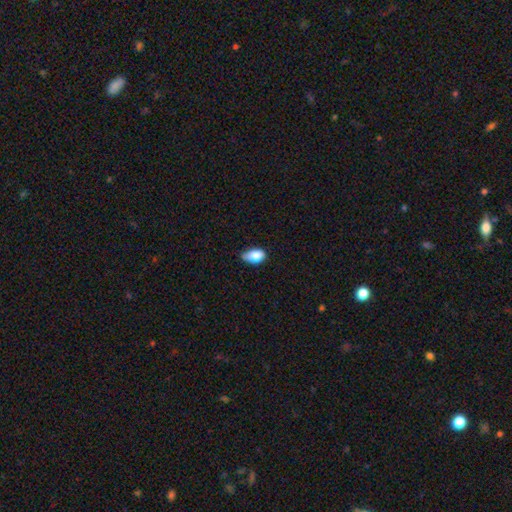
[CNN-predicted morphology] Smooth or featured? smooth (83%)
How rounded? in between (88%)
Merging? minor disturbance (47%)